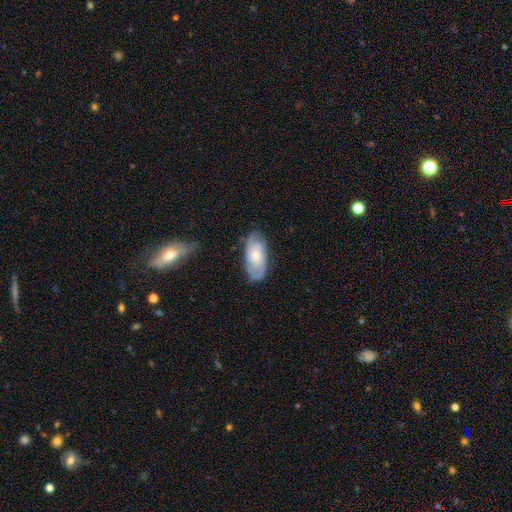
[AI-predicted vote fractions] Overall: featured or disk (59%; smooth 35%). Edge-on disk: no (91%). Bar: no (74%). Spiral arms: yes (83%). Bulge size: moderate (54%; small 36%). Merging: none (72%).